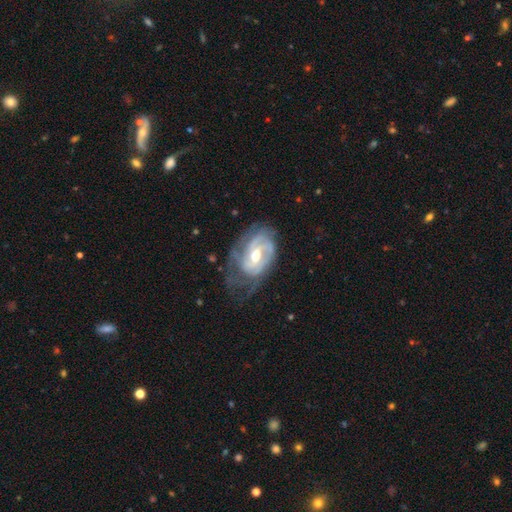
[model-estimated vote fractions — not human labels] Smooth or featured?
  - featured or disk: 87% *
  - smooth: 8%
  - star or artifact: 5%
Edge-on disk?
  - no: 97% *
  - yes: 3%
Bar?
  - weak: 48% *
  - no: 32%
  - strong: 19%
Spiral arms?
  - yes: 94% *
  - no: 6%
Spiral winding?
  - tight: 56% *
  - medium: 34%
  - loose: 10%
Spiral arm count?
  - 2: 38% *
  - can't tell: 27%
  - 3: 20%
  - 1: 5%
  - 4: 5%
  - more than 4: 4%
Bulge size?
  - moderate: 69% *
  - small: 22%
  - large: 7%
  - none: 1%
  - dominant: 1%
Merging?
  - none: 53% *
  - minor disturbance: 26%
  - major disturbance: 19%
  - merger: 1%